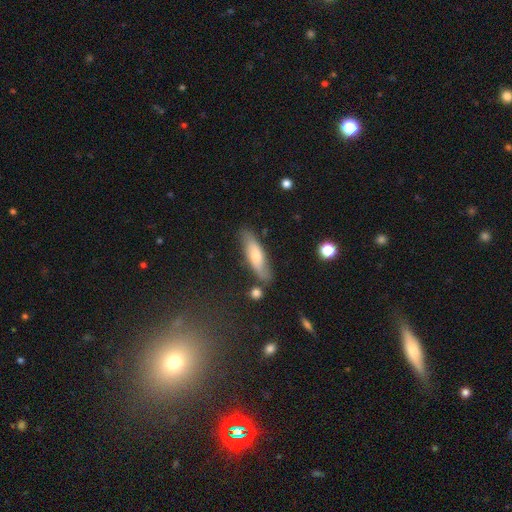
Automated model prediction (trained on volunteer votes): smooth 57%, featured or disk 37%, star or artifact 6%. Down the decision tree: how rounded — cigar-shaped (58%); merging — none (75%).